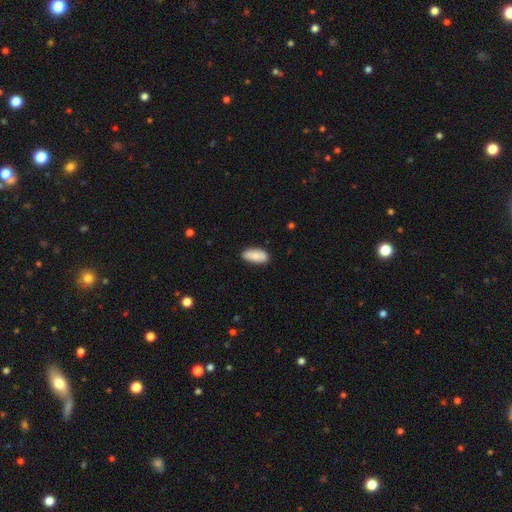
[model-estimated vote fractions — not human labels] Morphology: type=smooth (85%); roundness=in between (87%); merging=none (84%).